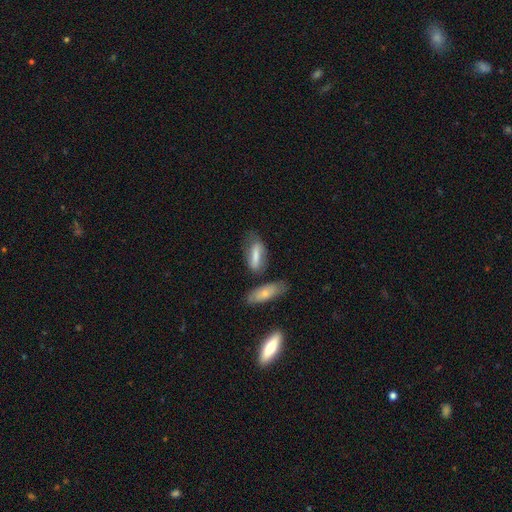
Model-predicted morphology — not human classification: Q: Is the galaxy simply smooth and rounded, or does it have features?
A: smooth — 66%.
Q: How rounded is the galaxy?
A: in between — 57%.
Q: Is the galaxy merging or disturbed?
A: none — 55%.